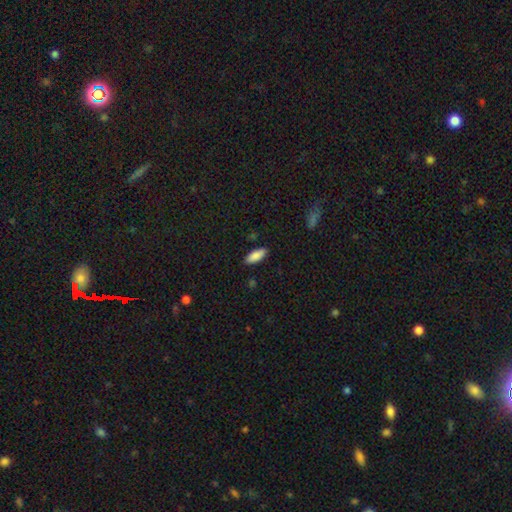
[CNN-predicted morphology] smooth-or-featured: smooth: 87% | featured or disk: 6% | star or artifact: 6%
  how-rounded: in between: 78% | cigar-shaped: 20% | round: 2%
  merging: none: 87% | minor disturbance: 10% | major disturbance: 2% | merger: 1%